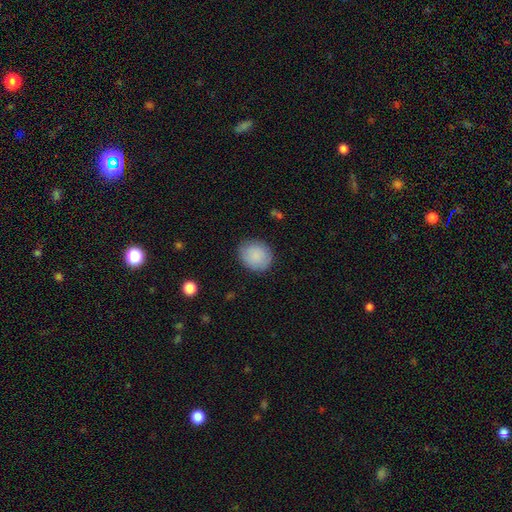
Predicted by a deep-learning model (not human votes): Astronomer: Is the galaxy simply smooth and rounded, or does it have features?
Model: smooth — 87%.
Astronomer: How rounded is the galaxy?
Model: round — 71%.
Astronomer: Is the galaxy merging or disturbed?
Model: none — 84%.